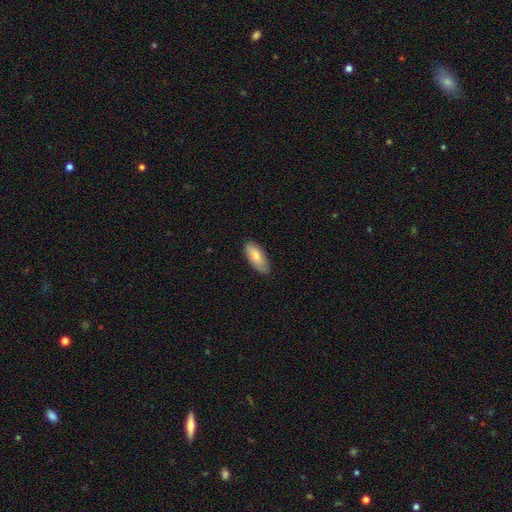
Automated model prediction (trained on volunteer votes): A smooth galaxy with no disk features (82%) that is in between round and cigar-shaped (85%). Merging: none (83%).